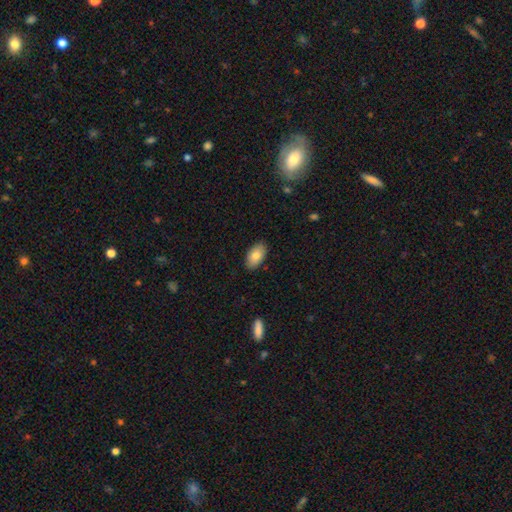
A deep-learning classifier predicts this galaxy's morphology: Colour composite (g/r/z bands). It shows a smooth galaxy with no disk features (83%) that is in between round and cigar-shaped (95%). Merging: none (87%).